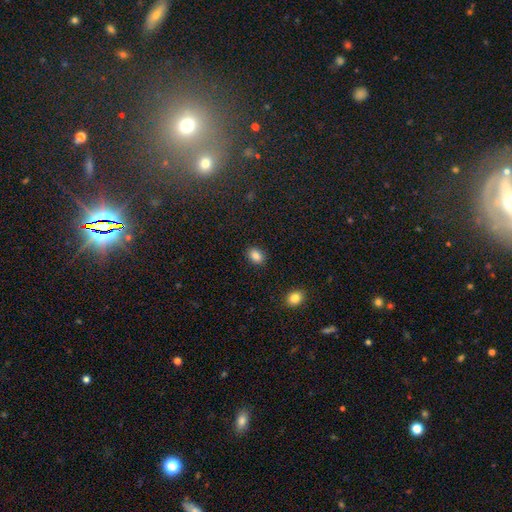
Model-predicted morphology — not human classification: Smooth or featured: smooth — 86% (star or artifact — 9%)
How rounded: in between — 67% (round — 32%)
Merging: none — 88% (minor disturbance — 8%)